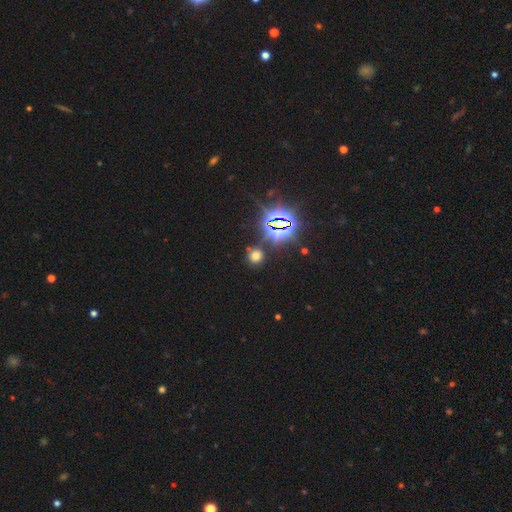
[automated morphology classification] A smooth galaxy with no disk features (51%) that is round (87%). Merging: none (79%).